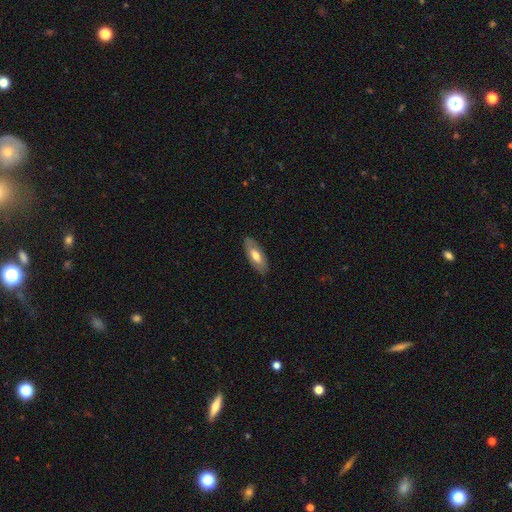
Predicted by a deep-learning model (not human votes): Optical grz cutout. It shows a smooth galaxy with no disk features (62%) that is in between round and cigar-shaped (78%). Merging: none (85%).